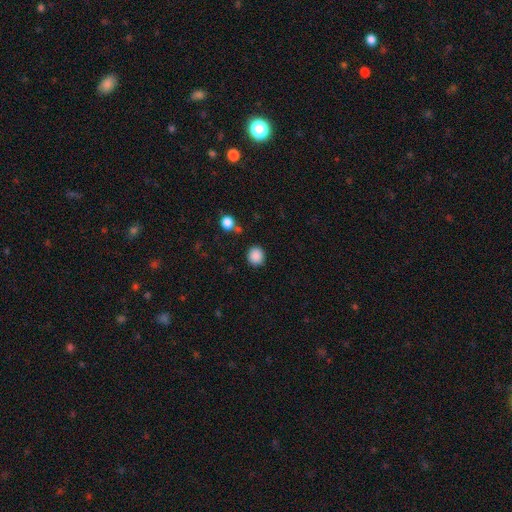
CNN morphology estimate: This is clearly a smooth galaxy (87%). How rounded: clearly round (85%). Merging: clearly none (86%).